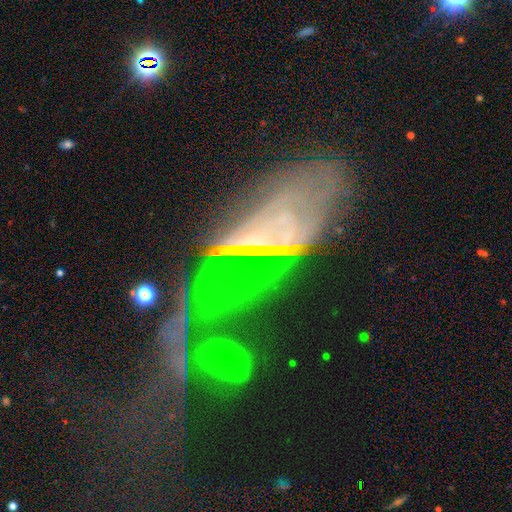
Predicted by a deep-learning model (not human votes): Smooth or featured?
  - featured or disk: 59% *
  - smooth: 23%
  - star or artifact: 18%
Edge-on disk?
  - no: 88% *
  - yes: 12%
Bar?
  - no: 74% *
  - weak: 17%
  - strong: 10%
Spiral arms?
  - no: 67% *
  - yes: 33%
Bulge size?
  - none: 60% *
  - small: 24%
  - moderate: 11%
  - large: 3%
  - dominant: 2%
Merging?
  - major disturbance: 37% *
  - merger: 29%
  - none: 19%
  - minor disturbance: 14%